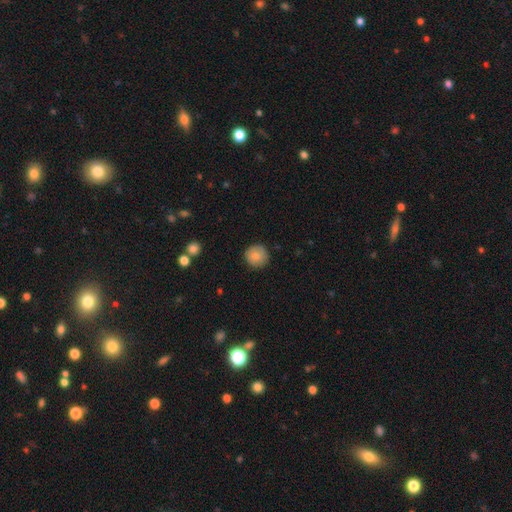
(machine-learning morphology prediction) Smooth or featured? smooth (83%)
How rounded? round (94%)
Merging? none (88%)